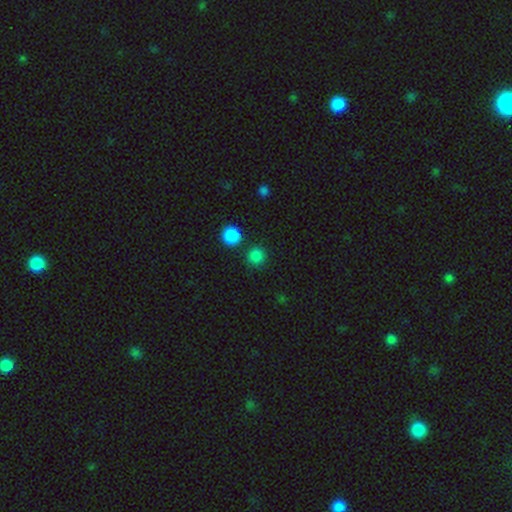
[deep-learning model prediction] Q: Smooth or featured?
A: smooth (84%); runner-up: star or artifact (12%)
Q: How rounded?
A: round (92%); runner-up: in between (7%)
Q: Merging?
A: none (82%); runner-up: merger (8%)